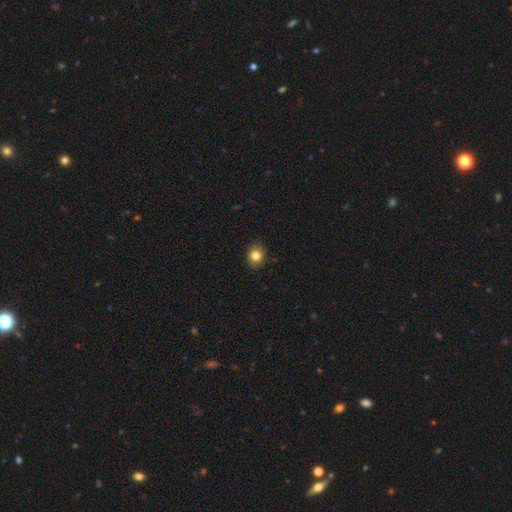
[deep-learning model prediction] smooth_or_featured: smooth (p=0.81) [alt: star or artifact p=0.10]
how_rounded: round (p=0.53) [alt: in between p=0.46]
merging: none (p=0.87) [alt: minor disturbance p=0.10]